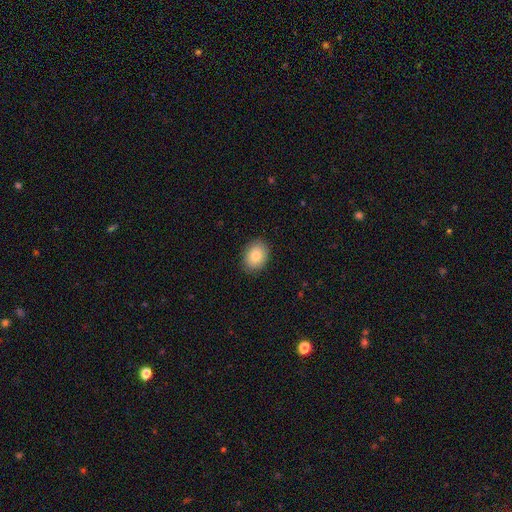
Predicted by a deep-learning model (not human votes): smooth-or-featured: smooth: 81% | featured or disk: 11% | star or artifact: 8%
  how-rounded: in between: 59% | round: 41% | cigar-shaped: 1%
  merging: none: 88% | minor disturbance: 9% | major disturbance: 2% | merger: 1%